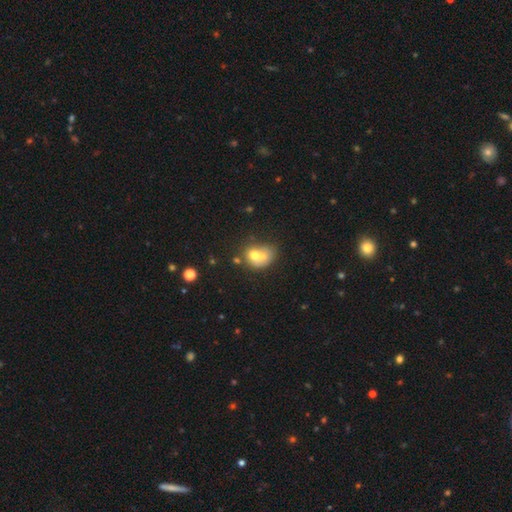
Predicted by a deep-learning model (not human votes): smooth-or-featured: smooth: 62% | featured or disk: 26% | star or artifact: 11%
  how-rounded: round: 52% | in between: 47% | cigar-shaped: 1%
  merging: merger: 59% | none: 23% | minor disturbance: 11% | major disturbance: 7%